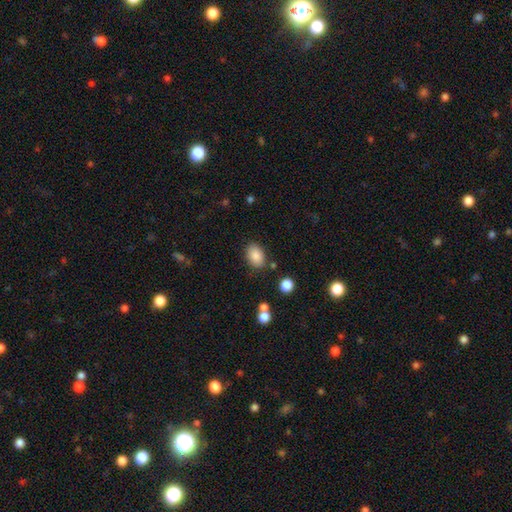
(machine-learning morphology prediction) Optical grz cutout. It shows a smooth galaxy with no disk features (87%) that is in between round and cigar-shaped (85%). Merging: none (83%).